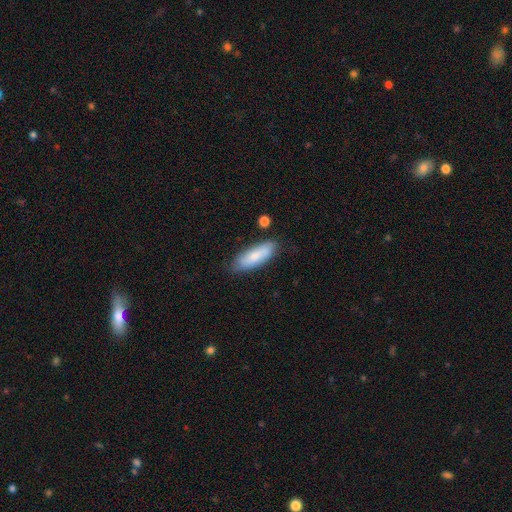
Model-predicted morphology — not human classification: Smooth or featured?
  - smooth: 78% *
  - featured or disk: 16%
  - star or artifact: 6%
How rounded?
  - in between: 58% *
  - cigar-shaped: 40%
  - round: 2%
Merging?
  - none: 78% *
  - minor disturbance: 16%
  - major disturbance: 3%
  - merger: 3%